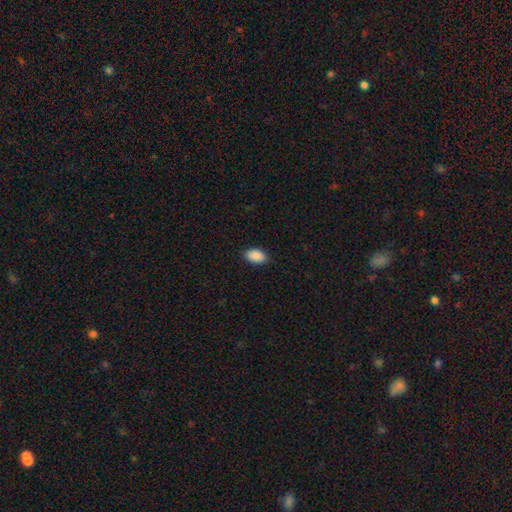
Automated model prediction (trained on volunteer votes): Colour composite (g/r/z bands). It shows a smooth galaxy with no disk features (90%) that is in between round and cigar-shaped (91%). Merging: none (87%).